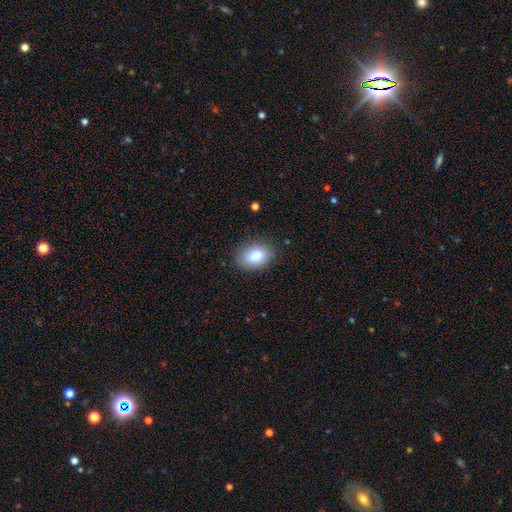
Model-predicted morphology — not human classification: Q: Smooth or featured?
A: smooth (83%); runner-up: featured or disk (9%)
Q: How rounded?
A: in between (82%); runner-up: round (17%)
Q: Merging?
A: none (85%); runner-up: minor disturbance (11%)